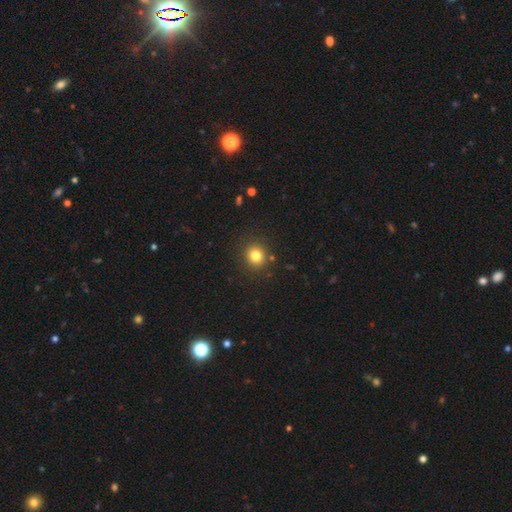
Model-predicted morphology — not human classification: This is clearly a smooth galaxy (81%). How rounded: clearly round (87%). Merging: clearly none (88%).